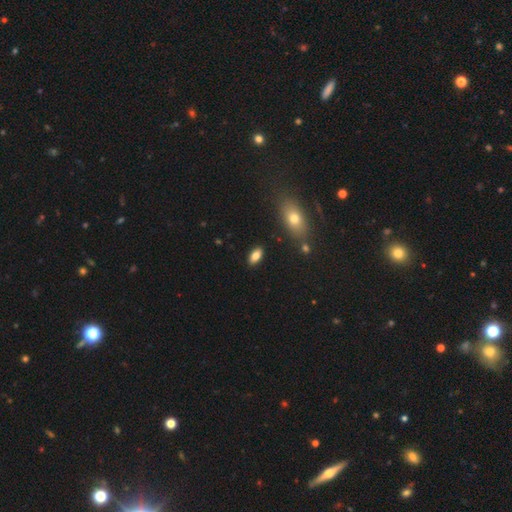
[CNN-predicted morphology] Smooth or featured? smooth (80%)
How rounded? in between (90%)
Merging? none (87%)